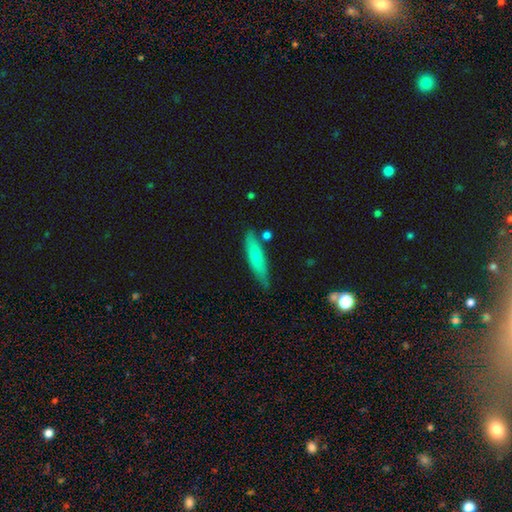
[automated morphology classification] Smooth or featured: smooth — 71% (featured or disk — 23%)
How rounded: cigar-shaped — 74% (in between — 24%)
Merging: none — 74% (minor disturbance — 17%)